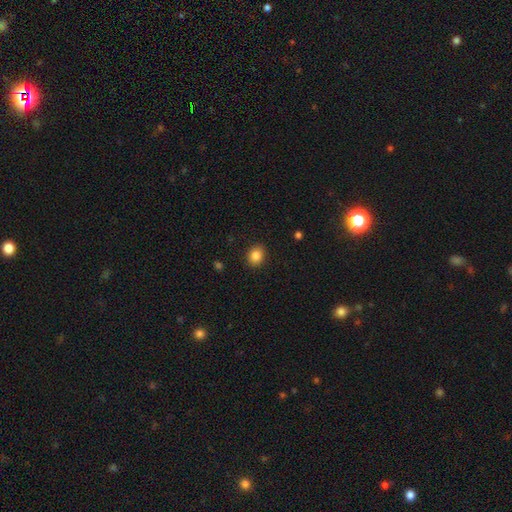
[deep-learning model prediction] Smooth or featured? Predicted: smooth (p=0.85). How rounded? Predicted: round (p=0.61). Merging? Predicted: none (p=0.90).